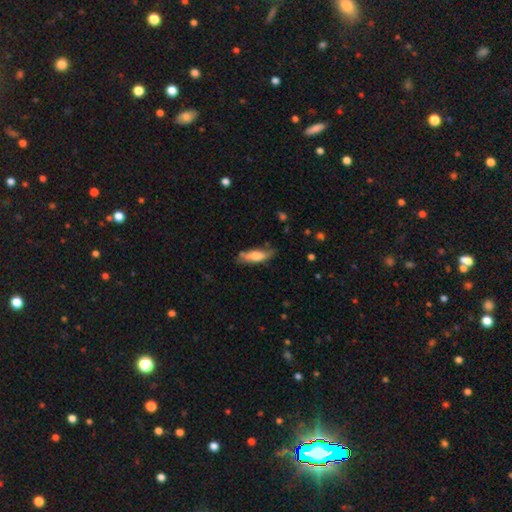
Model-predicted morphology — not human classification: Overall: smooth (62%; featured or disk 32%). How rounded: in between (50%; cigar-shaped 48%). Merging: none (67%).